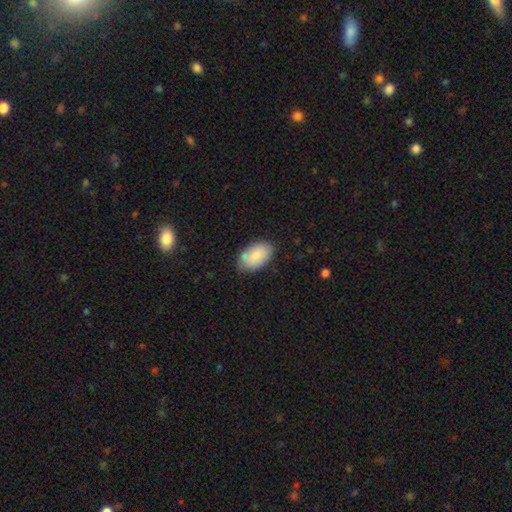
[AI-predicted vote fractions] Q: Smooth or featured?
A: smooth (87%); runner-up: featured or disk (7%)
Q: How rounded?
A: in between (94%); runner-up: round (5%)
Q: Merging?
A: none (80%); runner-up: minor disturbance (15%)